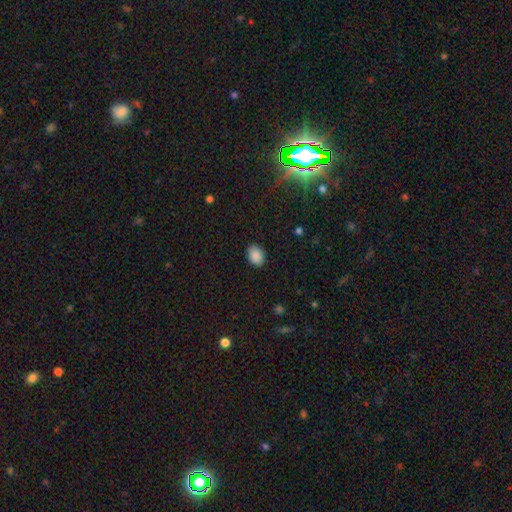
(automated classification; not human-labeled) Smooth or featured?
  - smooth: 88% *
  - star or artifact: 8%
  - featured or disk: 3%
How rounded?
  - in between: 72% *
  - round: 27%
  - cigar-shaped: 1%
Merging?
  - none: 86% *
  - minor disturbance: 10%
  - major disturbance: 2%
  - merger: 1%